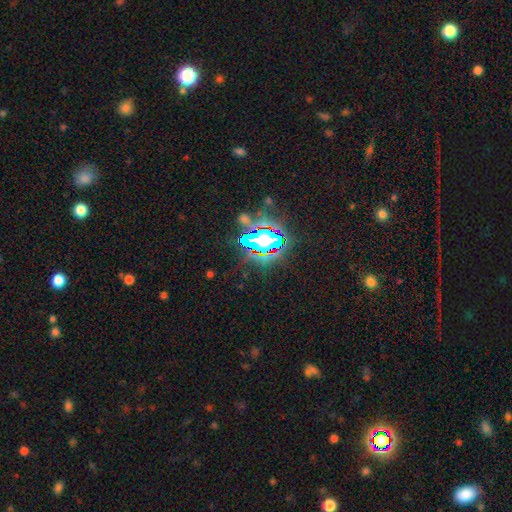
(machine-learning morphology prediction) The model was most divided on "smooth or featured": star or artifact: 79%, smooth: 12%, featured or disk: 9%.